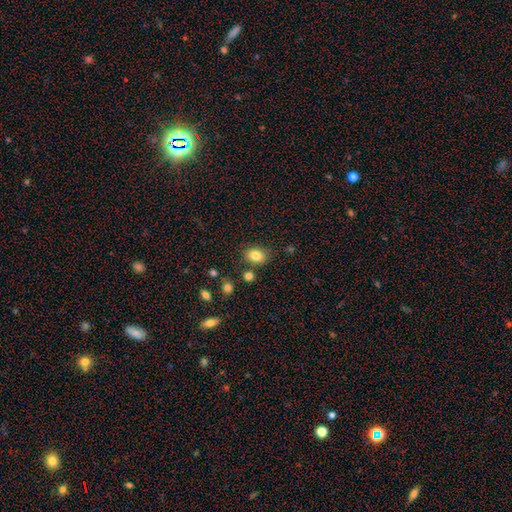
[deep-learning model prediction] smooth-or-featured: smooth: 83% | star or artifact: 10% | featured or disk: 7%
  how-rounded: in between: 65% | round: 34% | cigar-shaped: 1%
  merging: none: 79% | minor disturbance: 12% | merger: 5% | major disturbance: 3%